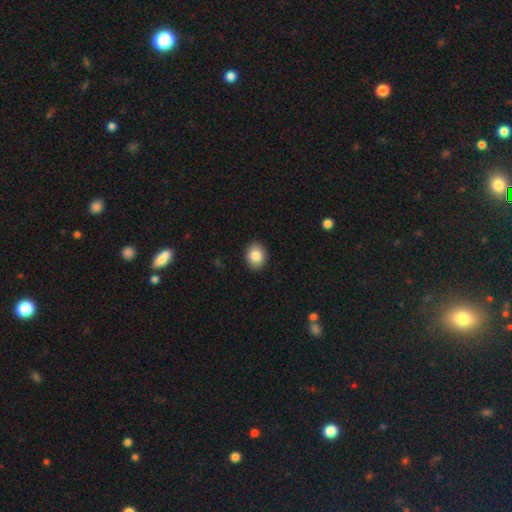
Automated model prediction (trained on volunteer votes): Q: Smooth or featured?
A: smooth (85%); runner-up: star or artifact (8%)
Q: How rounded?
A: in between (50%); runner-up: round (49%)
Q: Merging?
A: none (90%); runner-up: minor disturbance (7%)